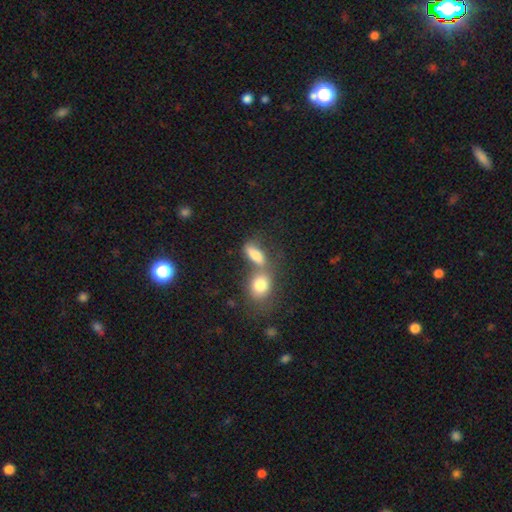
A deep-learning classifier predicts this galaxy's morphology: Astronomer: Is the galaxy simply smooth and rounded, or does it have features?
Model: smooth — 78%.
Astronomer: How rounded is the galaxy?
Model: in between — 70%.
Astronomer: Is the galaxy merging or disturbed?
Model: merger — 48% (runner-up: none, 35%).